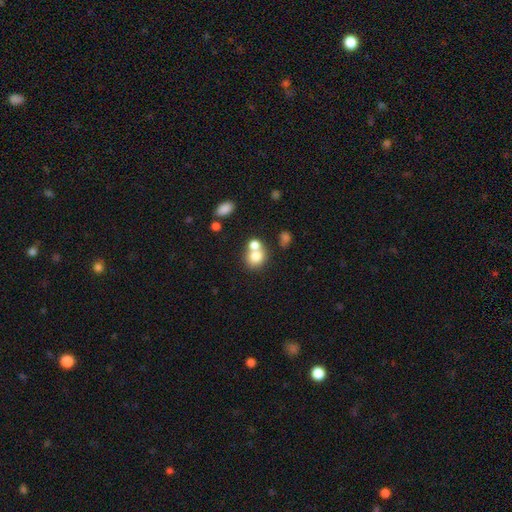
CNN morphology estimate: Q: Smooth or featured?
A: smooth (75%); runner-up: featured or disk (14%)
Q: How rounded?
A: round (72%); runner-up: in between (27%)
Q: Merging?
A: merger (50%); runner-up: none (39%)